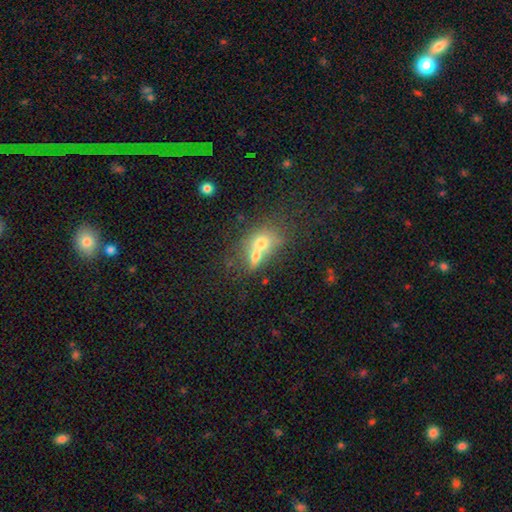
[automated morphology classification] The model was most divided on "how rounded": in between: 56%, round: 40%, cigar-shaped: 4%. More confident: merging — merger (70%); smooth or featured — smooth (63%).